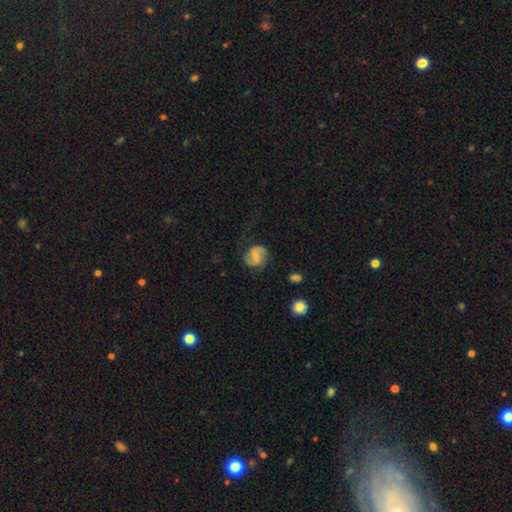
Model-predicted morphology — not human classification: Smooth or featured? Predicted: featured or disk (p=0.66). Edge-on disk? Predicted: no (p=0.97). Bar? Predicted: strong (p=0.45). Spiral arms? Predicted: yes (p=0.90). Spiral winding? Predicted: medium (p=0.45). Spiral arm count? Predicted: 2 (p=0.88). Bulge size? Predicted: none (p=0.42). Merging? Predicted: none (p=0.73).